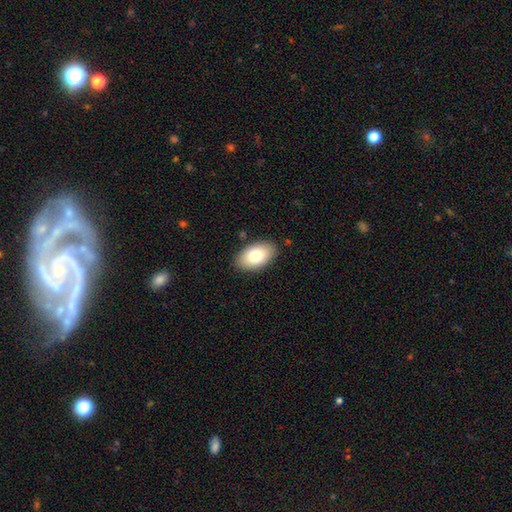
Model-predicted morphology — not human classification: Q: Smooth or featured?
A: smooth (78%); runner-up: featured or disk (15%)
Q: How rounded?
A: in between (94%); runner-up: round (5%)
Q: Merging?
A: none (87%); runner-up: minor disturbance (10%)